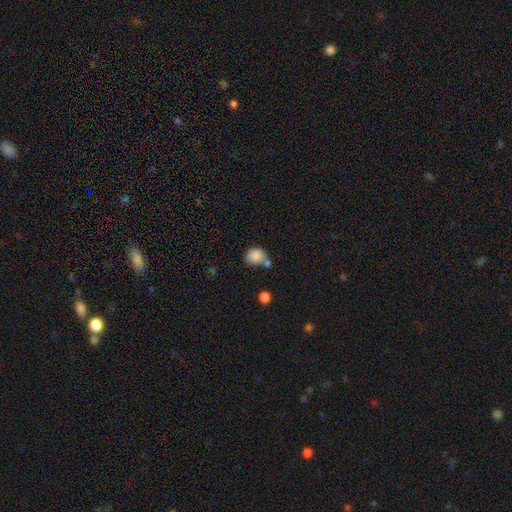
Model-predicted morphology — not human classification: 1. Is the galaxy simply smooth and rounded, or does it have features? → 86% smooth, 9% star or artifact, 5% featured or disk.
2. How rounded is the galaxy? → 61% round, 38% in between, 1% cigar-shaped.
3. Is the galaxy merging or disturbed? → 53% none, 23% merger, 18% minor disturbance, 6% major disturbance.